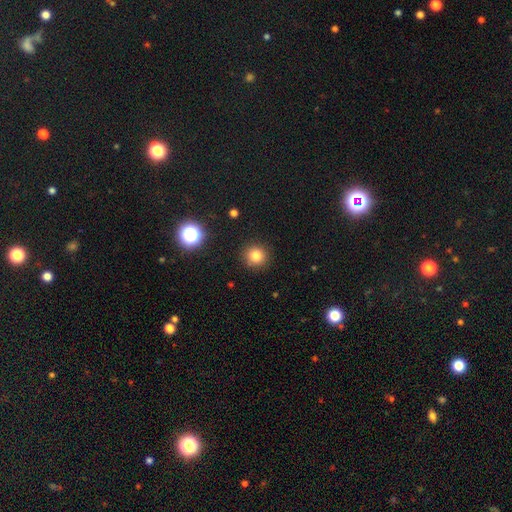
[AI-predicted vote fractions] This appears to be a smooth galaxy with no disk features (81%) that is round (94%). Merging: none (91%).